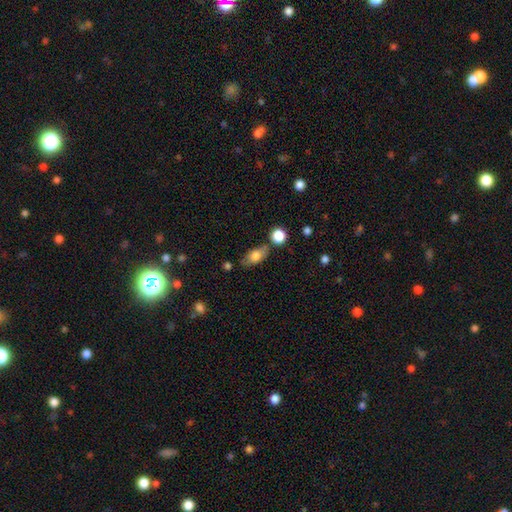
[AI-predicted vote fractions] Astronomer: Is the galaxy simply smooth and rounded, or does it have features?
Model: smooth — 76%.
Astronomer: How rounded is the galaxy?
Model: in between — 85%.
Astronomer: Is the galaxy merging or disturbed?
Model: none — 69%.